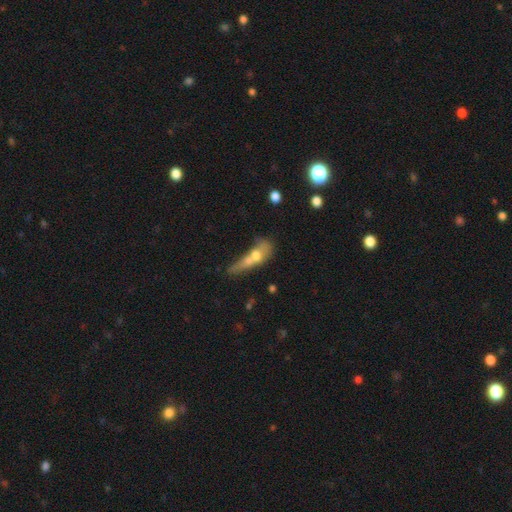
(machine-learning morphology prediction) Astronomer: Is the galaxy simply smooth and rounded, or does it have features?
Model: smooth — 54% (runner-up: featured or disk, 35%).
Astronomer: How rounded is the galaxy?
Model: in between — 46% (runner-up: cigar-shaped, 38%).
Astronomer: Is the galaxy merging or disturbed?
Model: merger — 48%.